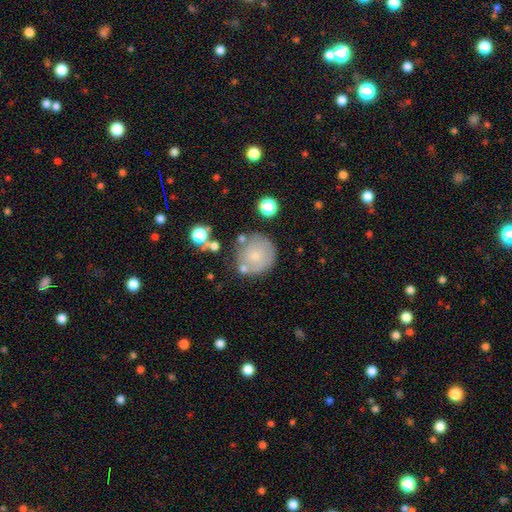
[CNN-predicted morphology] Q: Smooth or featured?
A: smooth (55%); runner-up: featured or disk (37%)
Q: How rounded?
A: round (91%); runner-up: in between (8%)
Q: Merging?
A: none (69%); runner-up: minor disturbance (17%)